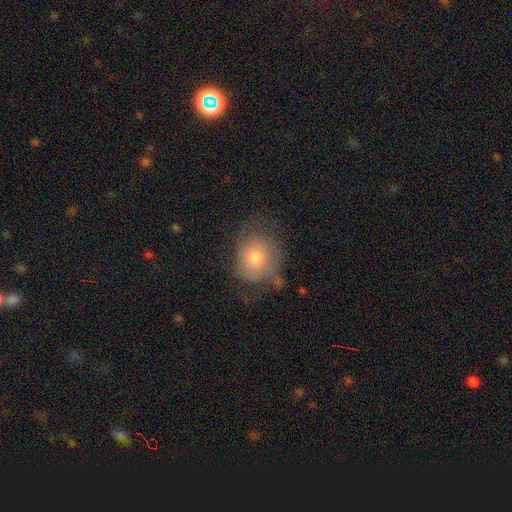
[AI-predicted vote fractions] A smooth galaxy with no disk features (64%) that is round (61%).

Vote fractions:
- Smooth or featured? smooth: 64% / featured or disk: 25% / star or artifact: 11%
- How rounded? round: 61% / in between: 38% / cigar-shaped: 1%
- Merging? none: 50% / minor disturbance: 29% / major disturbance: 18% / merger: 2%